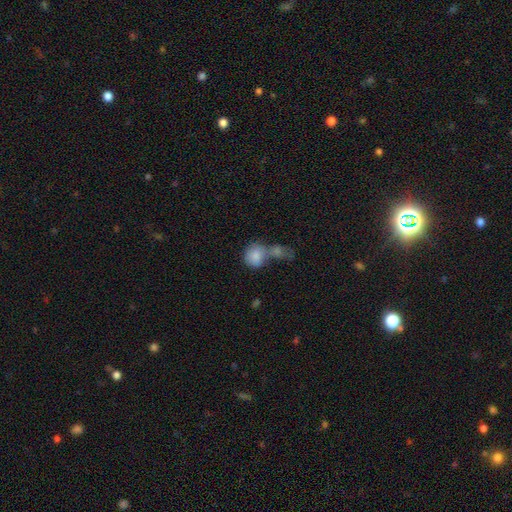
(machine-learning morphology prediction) Smooth or featured: smooth — 82% (featured or disk — 10%)
How rounded: round — 73% (in between — 25%)
Merging: merger — 59% (none — 26%)